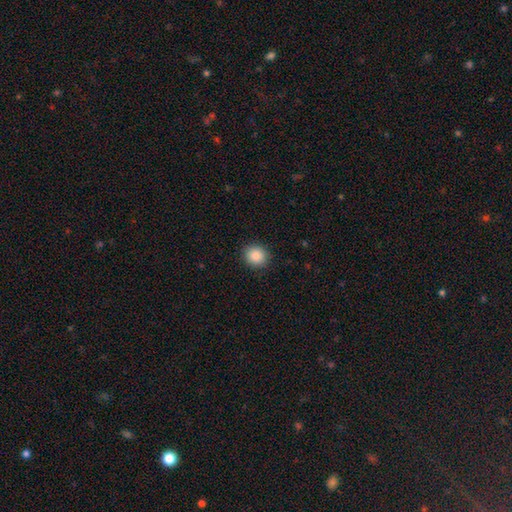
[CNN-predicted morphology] Overall: smooth (88%). How rounded: round (80%). Merging: none (91%).